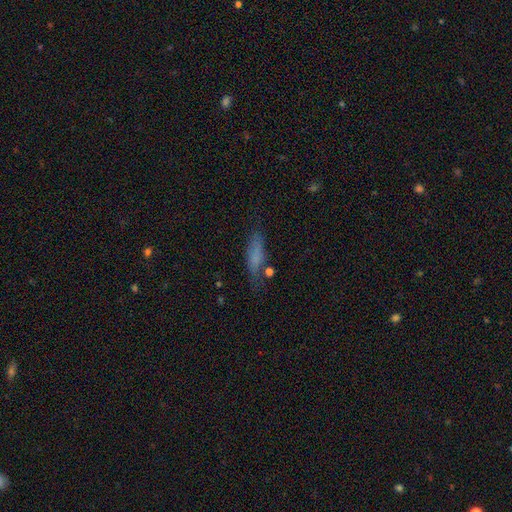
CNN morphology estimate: type=smooth (69%); roundness=cigar-shaped (59%); merging=none (65%).